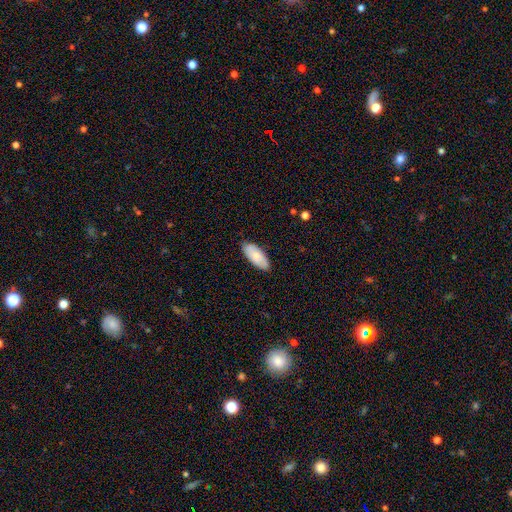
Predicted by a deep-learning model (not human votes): Smooth or featured: smooth — 78% (featured or disk — 16%)
How rounded: in between — 87% (cigar-shaped — 12%)
Merging: none — 85% (minor disturbance — 12%)